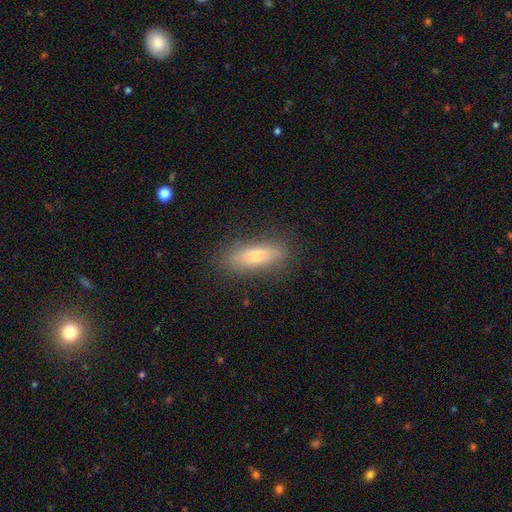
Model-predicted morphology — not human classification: Smooth or featured? Predicted: smooth (p=0.74). How rounded? Predicted: cigar-shaped (p=0.53). Merging? Predicted: none (p=0.81).